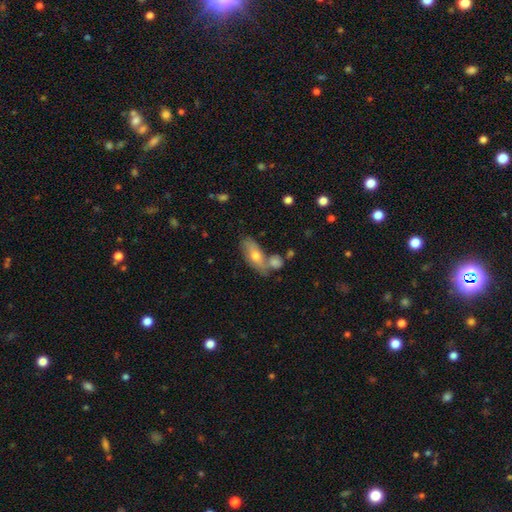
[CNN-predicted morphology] Smooth or featured? smooth (61%)
How rounded? in between (77%)
Merging? none (50%)